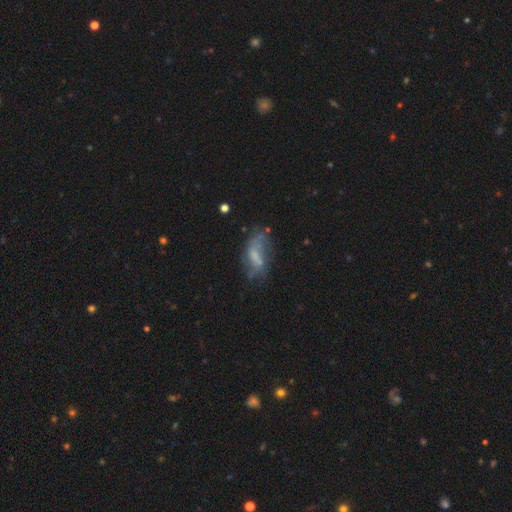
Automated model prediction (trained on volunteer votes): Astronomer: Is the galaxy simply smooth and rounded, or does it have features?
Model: featured or disk — 51% (runner-up: smooth, 39%).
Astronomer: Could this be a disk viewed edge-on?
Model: no — 92%.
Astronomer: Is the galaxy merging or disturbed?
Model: none — 44% (runner-up: minor disturbance, 26%).